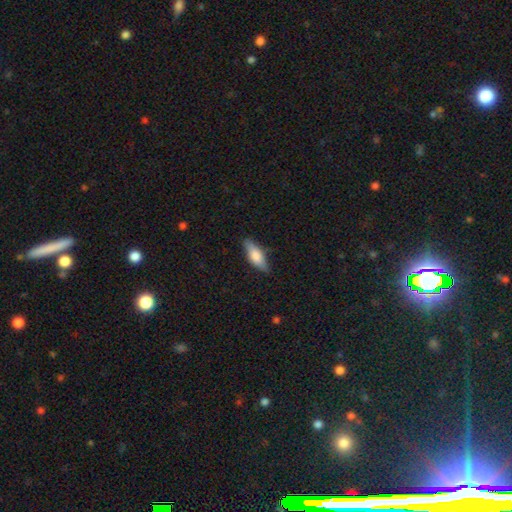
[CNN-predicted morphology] A smooth galaxy with no disk features (71%) that is in between round and cigar-shaped (66%). Merging: none (80%).